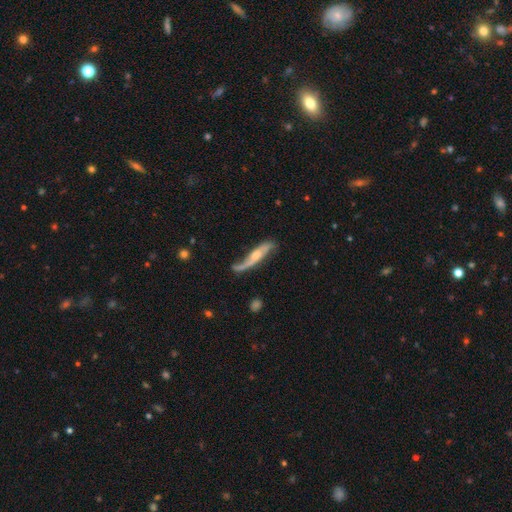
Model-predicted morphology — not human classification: A featured or disk galaxy (71%).

Vote fractions:
- Smooth or featured? featured or disk: 71% / smooth: 23% / star or artifact: 5%
- Edge-on disk? no: 55% / yes: 45%
- Merging? none: 48% / minor disturbance: 29% / major disturbance: 18% / merger: 5%